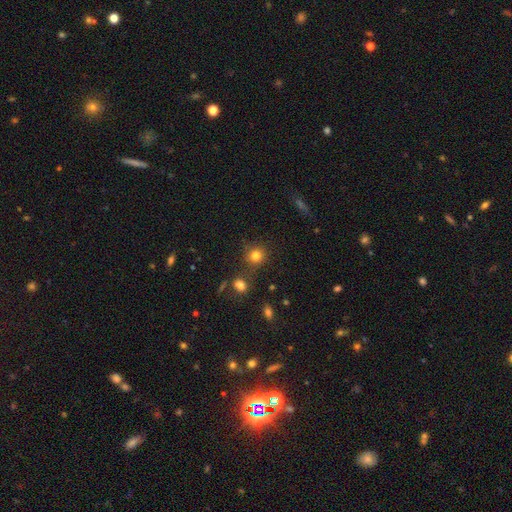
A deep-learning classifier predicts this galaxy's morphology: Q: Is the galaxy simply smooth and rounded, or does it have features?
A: smooth — 80%.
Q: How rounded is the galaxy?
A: round — 88%.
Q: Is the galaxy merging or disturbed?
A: none — 78%.